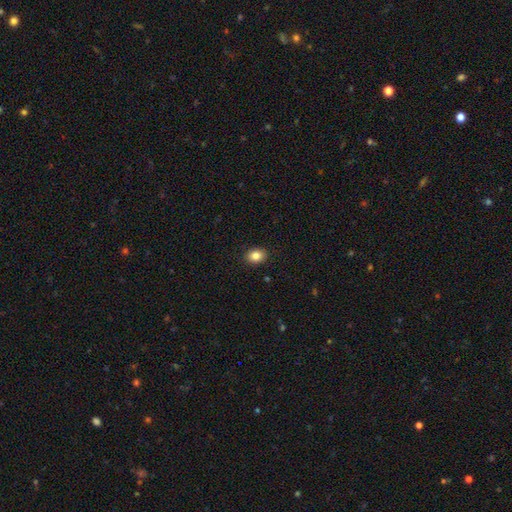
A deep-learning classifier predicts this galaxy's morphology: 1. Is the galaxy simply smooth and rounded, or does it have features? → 84% smooth, 9% star or artifact, 7% featured or disk.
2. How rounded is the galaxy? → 64% in between, 35% round, 1% cigar-shaped.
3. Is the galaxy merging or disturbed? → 90% none, 7% minor disturbance, 2% major disturbance, 1% merger.